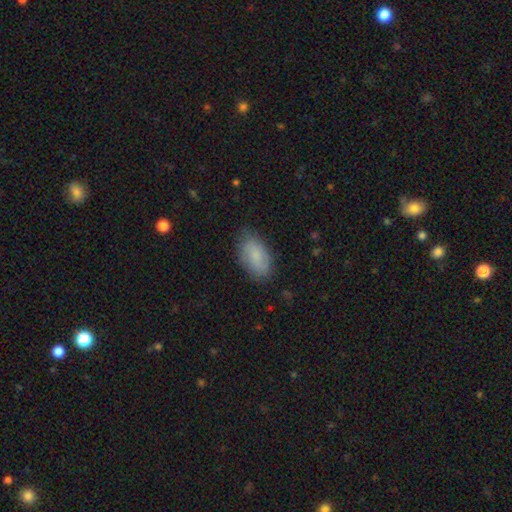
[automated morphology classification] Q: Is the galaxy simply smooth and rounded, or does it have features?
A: smooth — 77%.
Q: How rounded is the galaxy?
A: in between — 93%.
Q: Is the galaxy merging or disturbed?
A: none — 78%.